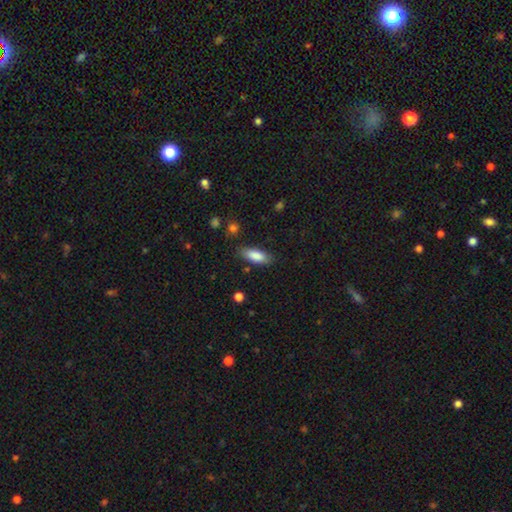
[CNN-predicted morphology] A smooth galaxy with no disk features (86%) that is in between round and cigar-shaped (75%). Merging: none (83%).